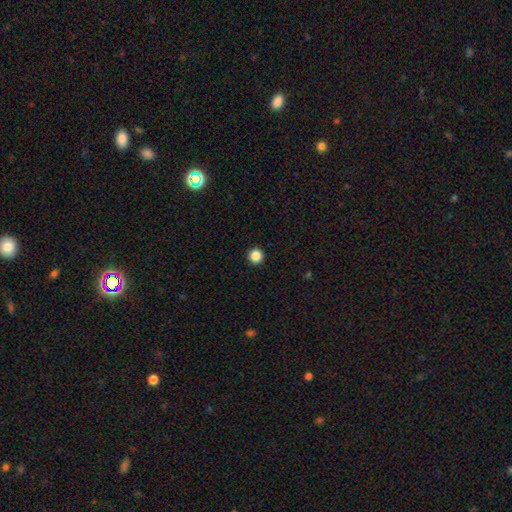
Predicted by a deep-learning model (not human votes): smooth-or-featured: smooth: 87% | star or artifact: 10% | featured or disk: 3%
  how-rounded: round: 97% | in between: 2% | cigar-shaped: 1%
  merging: none: 94% | minor disturbance: 4% | major disturbance: 1% | merger: 1%